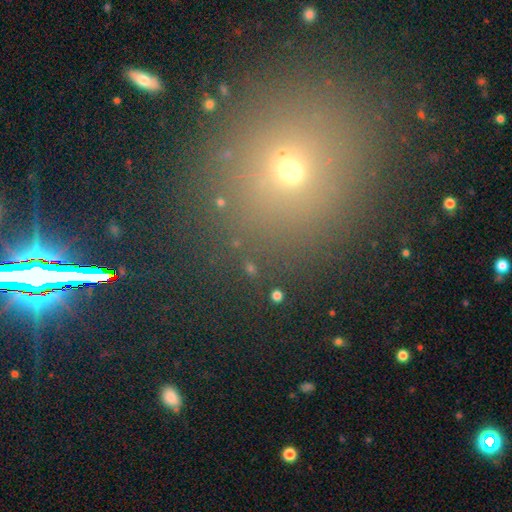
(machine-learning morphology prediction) type=star or artifact (45%).